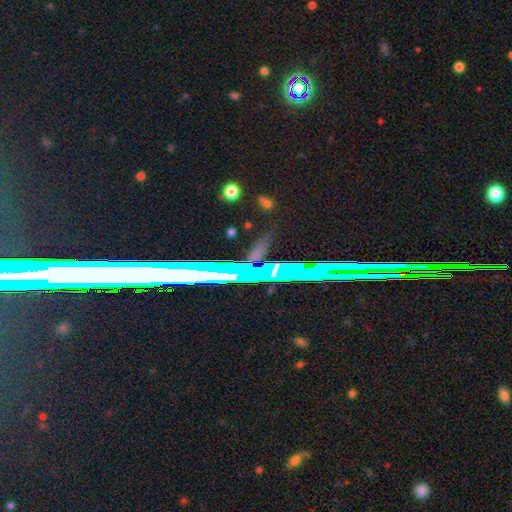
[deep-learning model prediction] This appears to be a star or artifact, not a galaxy (55%).